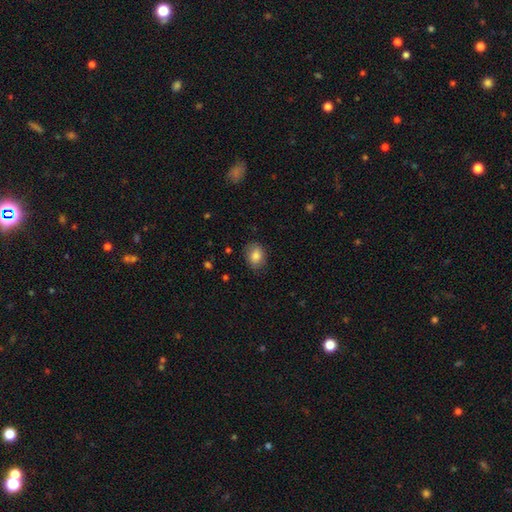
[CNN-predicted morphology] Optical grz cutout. It shows a smooth galaxy with no disk features (85%) that is in between round and cigar-shaped (68%). Merging: none (78%).